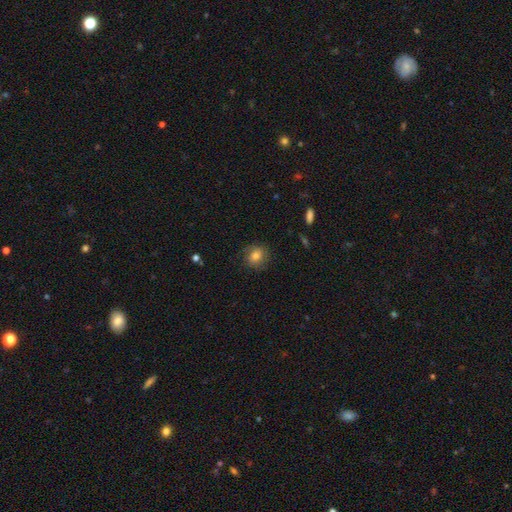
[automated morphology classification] Q: Smooth or featured?
A: smooth (69%); runner-up: featured or disk (20%)
Q: How rounded?
A: round (77%); runner-up: in between (22%)
Q: Merging?
A: none (79%); runner-up: minor disturbance (14%)